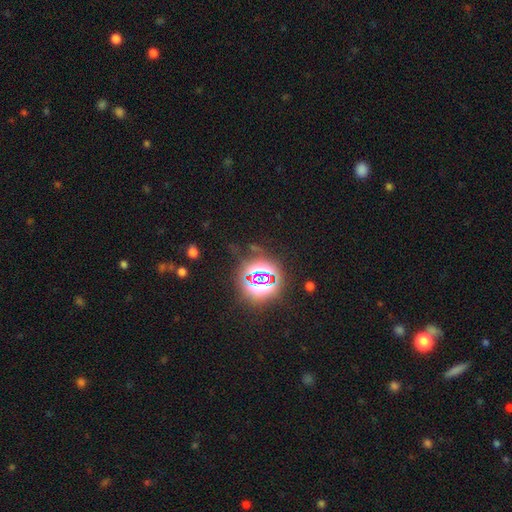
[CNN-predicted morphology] Q: Smooth or featured?
A: star or artifact (80%); runner-up: smooth (12%)